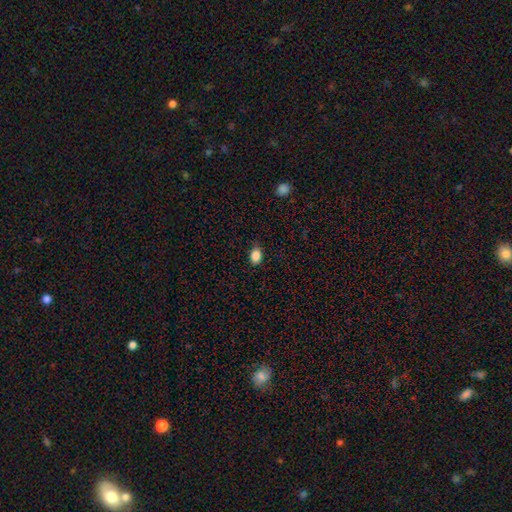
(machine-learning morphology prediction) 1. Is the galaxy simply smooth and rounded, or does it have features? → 86% smooth, 9% star or artifact, 4% featured or disk.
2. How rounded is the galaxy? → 79% in between, 19% round, 2% cigar-shaped.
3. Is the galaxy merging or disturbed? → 81% none, 15% minor disturbance, 3% major disturbance, 1% merger.